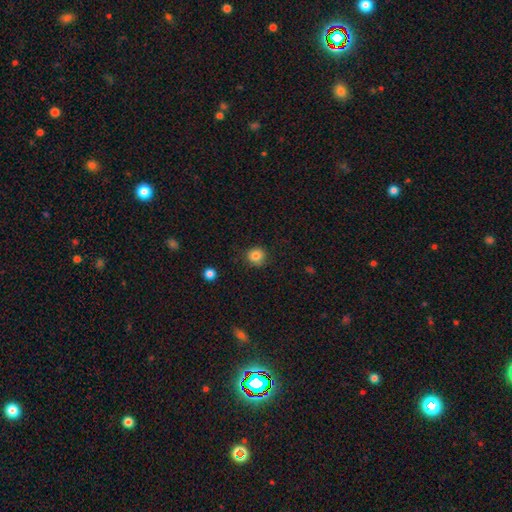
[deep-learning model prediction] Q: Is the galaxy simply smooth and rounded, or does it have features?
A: smooth — 84%.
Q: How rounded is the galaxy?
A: round — 92%.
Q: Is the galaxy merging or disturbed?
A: none — 87%.